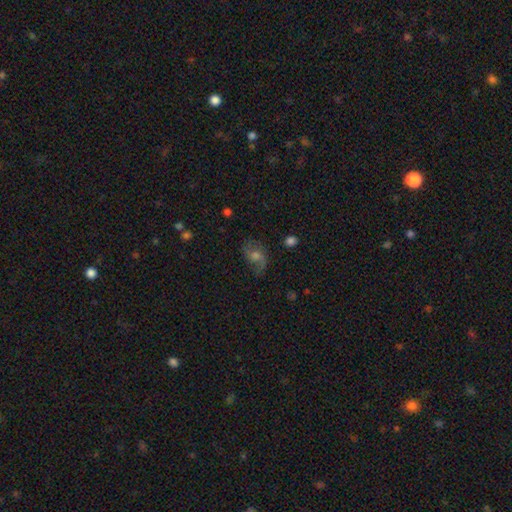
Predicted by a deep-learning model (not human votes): The model was most divided on "bar": no: 58%, weak: 34%, strong: 8%. More confident: edge-on disk — no (96%); spiral arms — yes (87%); merging — none (64%); smooth or featured — featured or disk (56%); bulge size — moderate (55%).